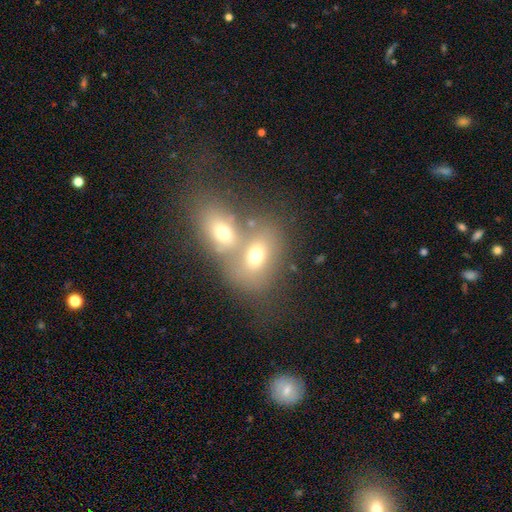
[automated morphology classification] smooth 67%, featured or disk 21%, star or artifact 13%. Down the decision tree: how rounded — in between (68%); merging — merger (61%).